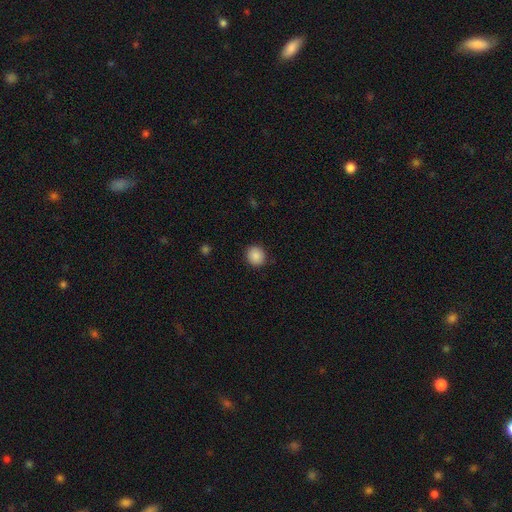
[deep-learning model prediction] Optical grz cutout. It shows a smooth galaxy with no disk features (87%) that is round (87%). Merging: none (90%).